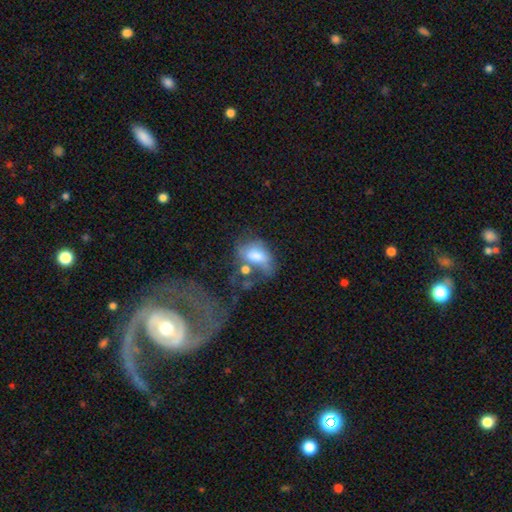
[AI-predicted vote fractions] Overall: smooth (55%; featured or disk 35%). How rounded: in between (85%). Merging: merger (32%; major disturbance 31%).